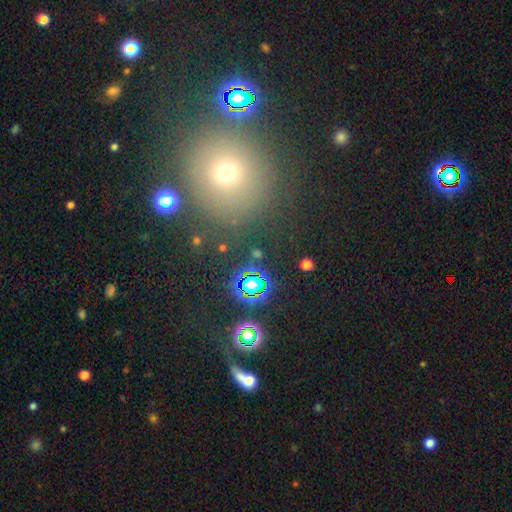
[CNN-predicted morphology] Q: Smooth or featured?
A: star or artifact (50%); runner-up: smooth (39%)